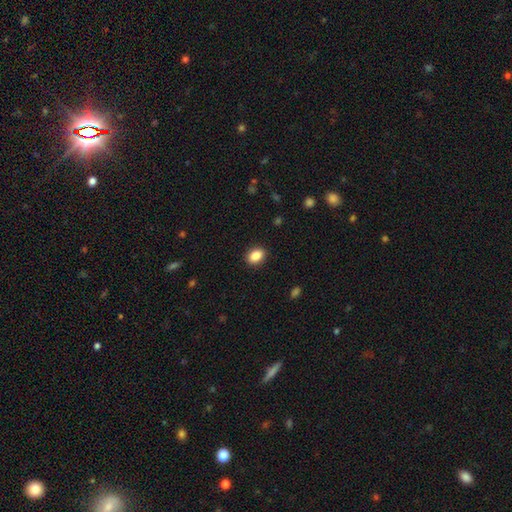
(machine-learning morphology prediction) smooth_or_featured: smooth (p=0.88) [alt: star or artifact p=0.08]
how_rounded: in between (p=0.72) [alt: round p=0.27]
merging: none (p=0.90) [alt: minor disturbance p=0.07]